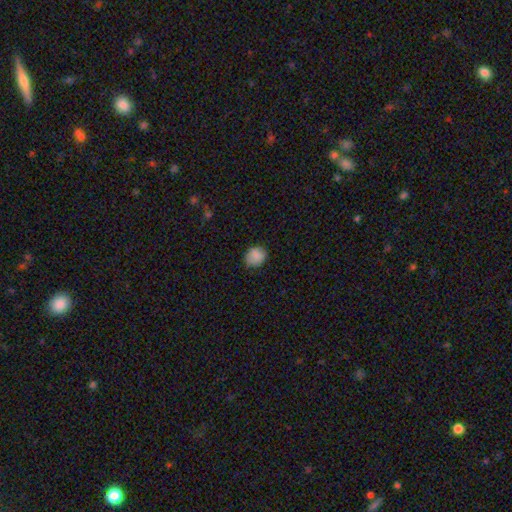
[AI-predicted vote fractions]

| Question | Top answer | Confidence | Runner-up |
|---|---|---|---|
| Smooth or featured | smooth | 87% | star or artifact (8%) |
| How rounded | round | 68% | in between (31%) |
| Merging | none | 82% | minor disturbance (14%) |